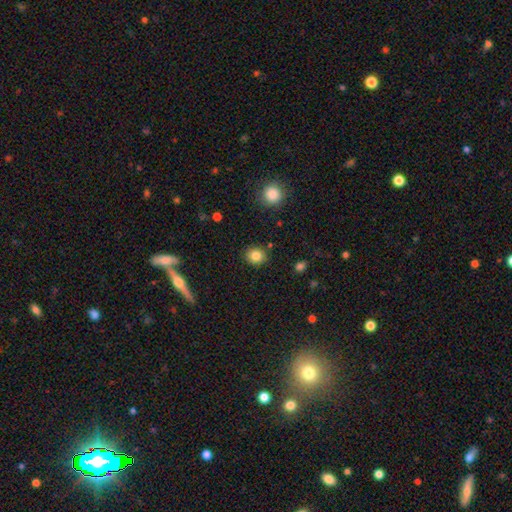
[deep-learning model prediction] This appears to be a smooth galaxy with no disk features (83%) that is round (74%). Merging: none (88%).